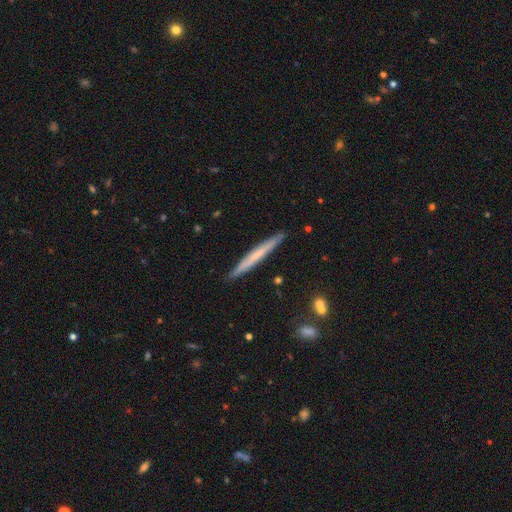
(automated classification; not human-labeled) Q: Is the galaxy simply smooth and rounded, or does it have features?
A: smooth — 50%.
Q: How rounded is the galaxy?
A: cigar-shaped — 97%.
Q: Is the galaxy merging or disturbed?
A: none — 90%.